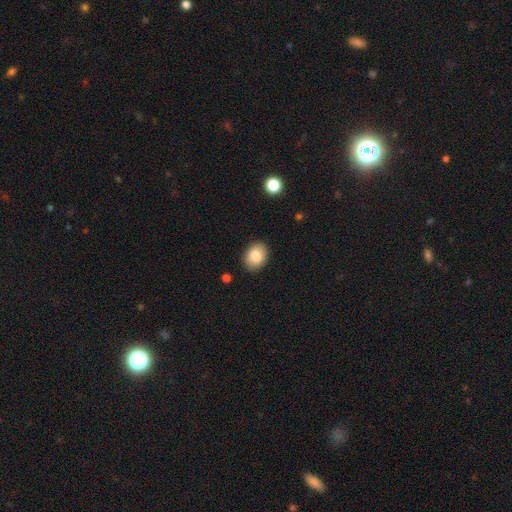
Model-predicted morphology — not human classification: smooth 85%, star or artifact 8%, featured or disk 7%. Down the decision tree: how rounded — in between (69%); merging — none (87%).